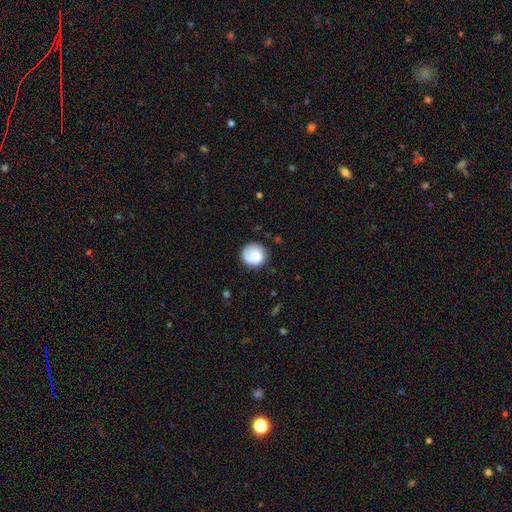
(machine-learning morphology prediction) Smooth or featured? Predicted: smooth (p=0.74). How rounded? Predicted: round (p=0.93). Merging? Predicted: none (p=0.80).